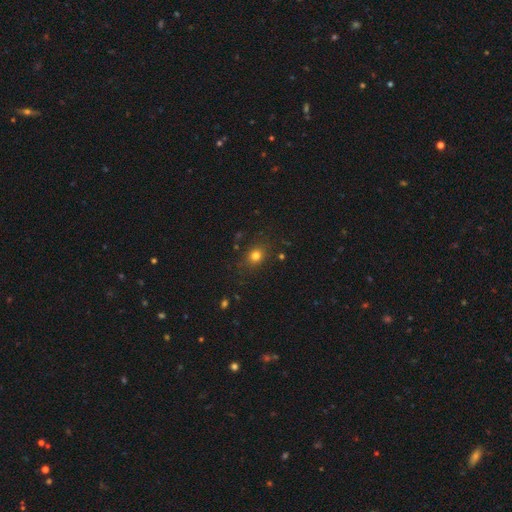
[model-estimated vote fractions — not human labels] Overall: smooth (77%). How rounded: round (65%; in between 33%). Merging: none (82%).